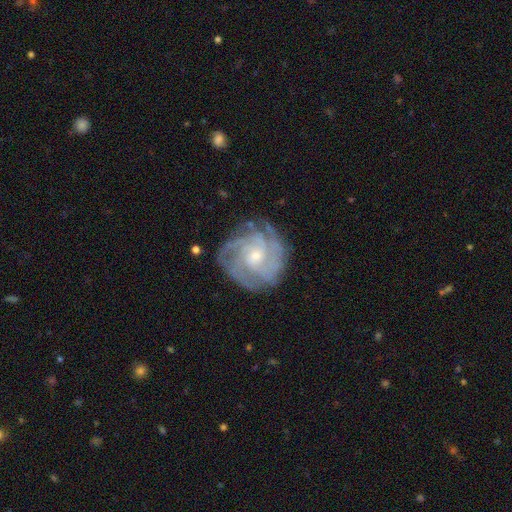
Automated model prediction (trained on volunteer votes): Overall: featured or disk (86%). Edge-on disk: no (98%). Bar: no (67%; weak 28%). Spiral arms: yes (96%). Spiral arm count: 4 (26%, tied with 3). Spiral winding: tight (66%; medium 29%). Bulge size: small (58%; moderate 38%). Merging: none (77%).